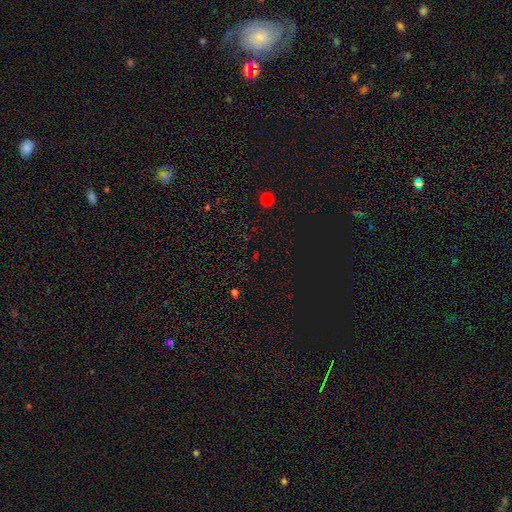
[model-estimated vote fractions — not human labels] A star or artifact, not a galaxy (65%).